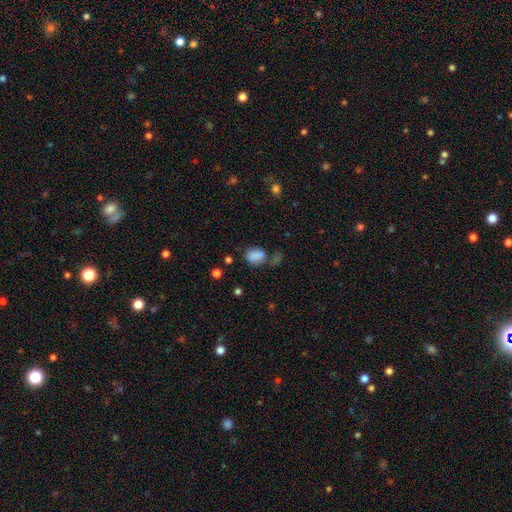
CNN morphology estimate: Smooth or featured? smooth (81%)
How rounded? in between (76%)
Merging? none (46%)